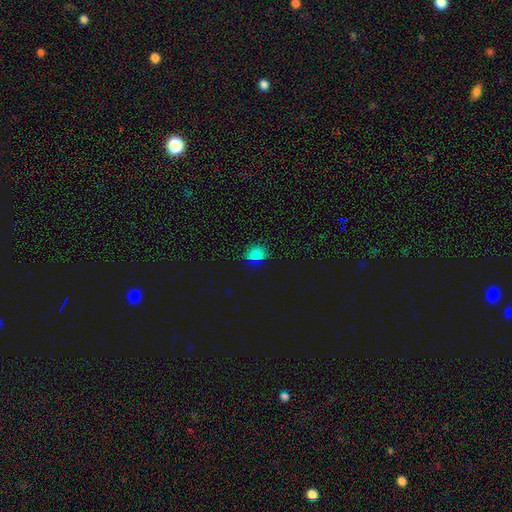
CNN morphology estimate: The model was most divided on "how rounded": round: 53%, in between: 45%, cigar-shaped: 2%. More confident: merging — none (83%); smooth or featured — smooth (70%).